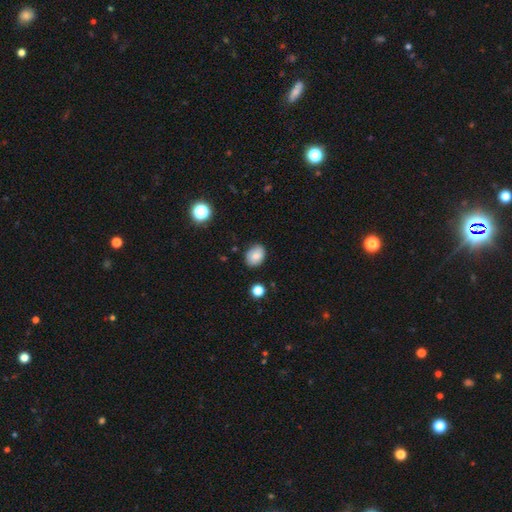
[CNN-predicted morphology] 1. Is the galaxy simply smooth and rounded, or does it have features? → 79% smooth, 11% featured or disk, 9% star or artifact.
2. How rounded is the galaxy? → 63% in between, 36% round, 1% cigar-shaped.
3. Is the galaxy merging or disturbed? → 81% none, 14% minor disturbance, 3% major disturbance, 2% merger.